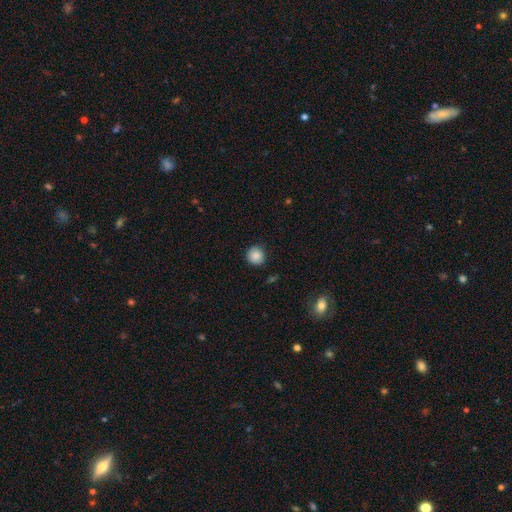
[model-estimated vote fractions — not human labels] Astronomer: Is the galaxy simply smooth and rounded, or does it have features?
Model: smooth — 86%.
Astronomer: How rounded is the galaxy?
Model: round — 93%.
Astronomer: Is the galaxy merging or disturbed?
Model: none — 86%.